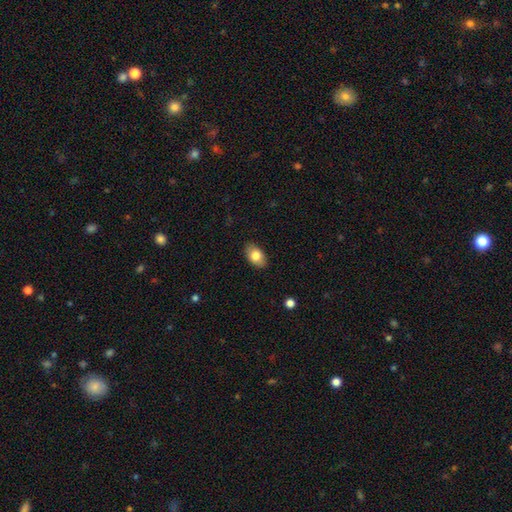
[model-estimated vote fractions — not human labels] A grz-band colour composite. It shows a smooth galaxy with no disk features (81%) that is in between round and cigar-shaped (90%). Merging: none (87%).